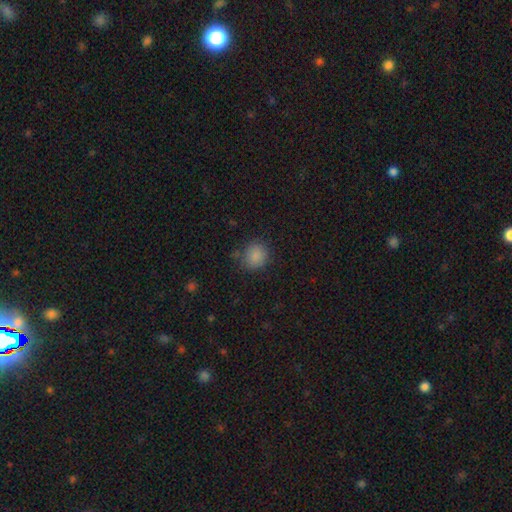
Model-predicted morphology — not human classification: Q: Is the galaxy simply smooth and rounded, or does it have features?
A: smooth — 86%.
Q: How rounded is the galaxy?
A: round — 82%.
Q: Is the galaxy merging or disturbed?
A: none — 81%.